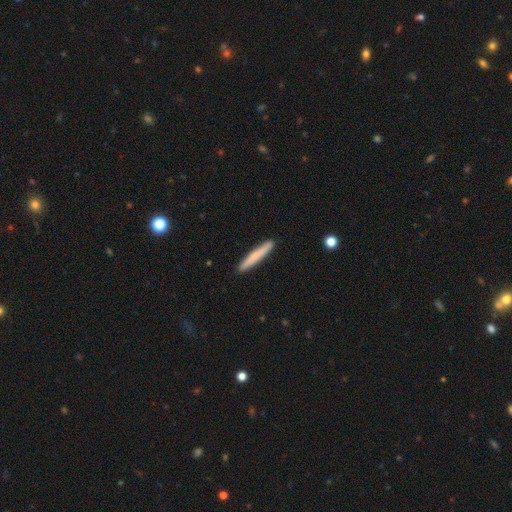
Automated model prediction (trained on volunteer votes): smooth-or-featured: smooth: 73% | featured or disk: 21% | star or artifact: 6%
  how-rounded: cigar-shaped: 95% | in between: 3% | round: 1%
  merging: none: 91% | minor disturbance: 6% | major disturbance: 1% | merger: 1%